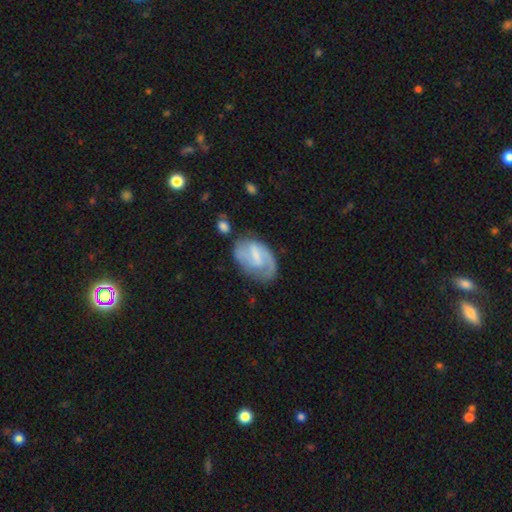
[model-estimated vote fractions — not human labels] Smooth or featured: featured or disk — 65% (smooth — 28%)
Edge-on disk: no — 97% (yes — 3%)
Bar: weak — 53% (strong — 25%)
Spiral arms: yes — 83% (no — 17%)
Spiral winding: medium — 43% (tight — 30%)
Spiral arm count: 2 — 57% (1 — 21%)
Bulge size: small — 43% (none — 30%)
Merging: none — 53% (minor disturbance — 26%)